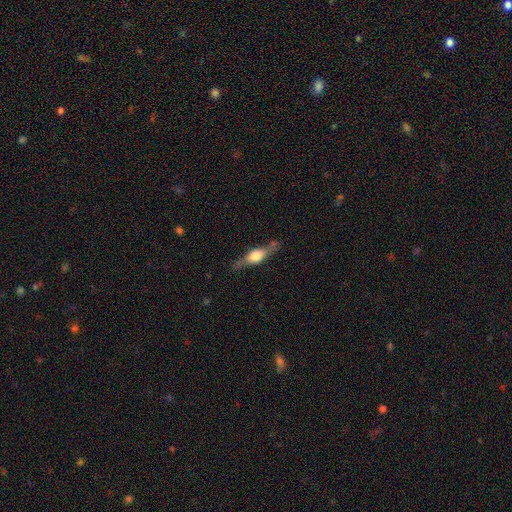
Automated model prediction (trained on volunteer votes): Morphology: type=featured or disk (64%); edge-on=yes (93%); edge-on bulge=rounded (89%); merging=none (77%).